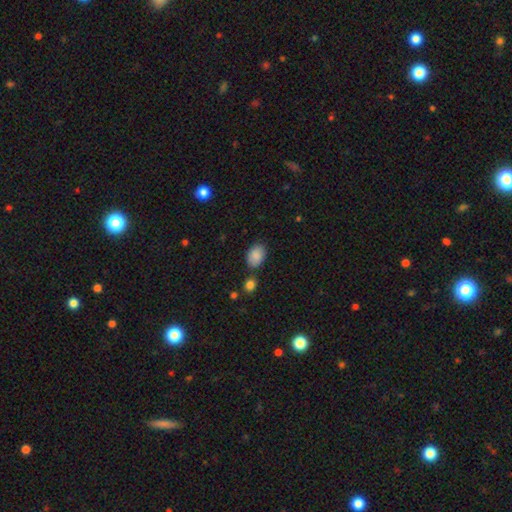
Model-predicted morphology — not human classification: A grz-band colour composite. It shows a smooth galaxy with no disk features (87%) that is in between round and cigar-shaped (83%). Merging: none (77%).